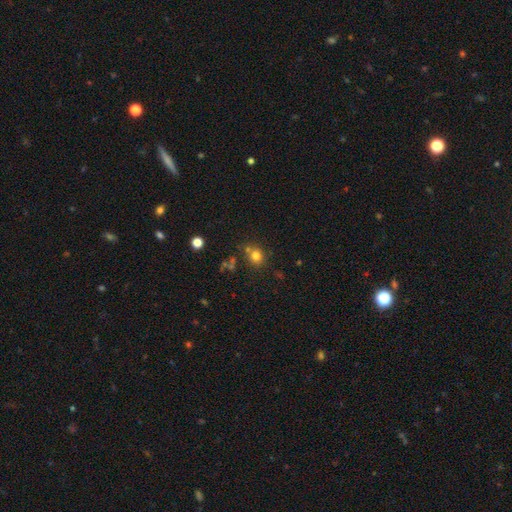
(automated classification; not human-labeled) Smooth or featured? smooth (77%)
How rounded? round (80%)
Merging? none (71%)